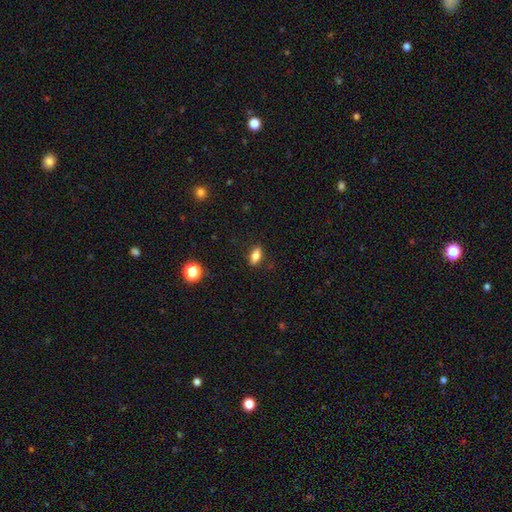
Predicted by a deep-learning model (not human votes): Smooth or featured?
  - smooth: 75% *
  - featured or disk: 15%
  - star or artifact: 9%
How rounded?
  - in between: 82% *
  - cigar-shaped: 11%
  - round: 6%
Merging?
  - none: 87% *
  - minor disturbance: 9%
  - major disturbance: 2%
  - merger: 1%